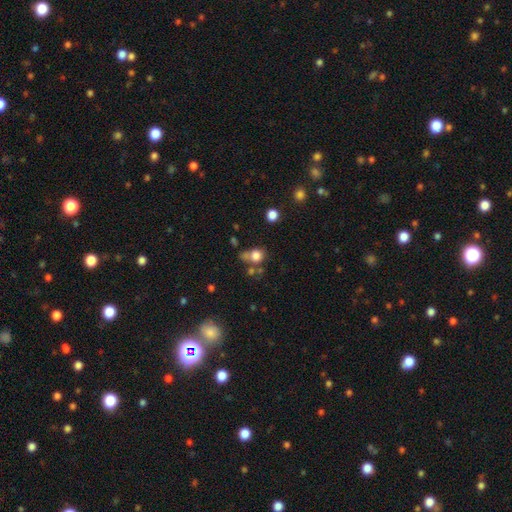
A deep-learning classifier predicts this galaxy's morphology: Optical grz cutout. It shows a smooth galaxy with no disk features (77%) that is round (71%). Merging: none (45%).